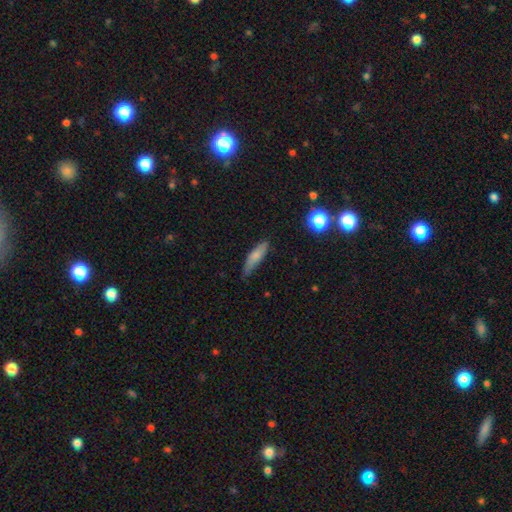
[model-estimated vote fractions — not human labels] The model was most divided on "how rounded": cigar-shaped: 64%, in between: 34%, round: 2%. More confident: smooth or featured — smooth (76%); merging — none (70%).